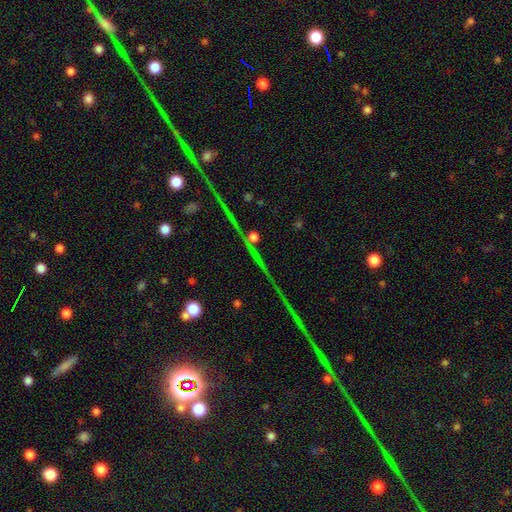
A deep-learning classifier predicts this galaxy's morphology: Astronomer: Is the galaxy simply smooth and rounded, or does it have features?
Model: star or artifact — 68%.